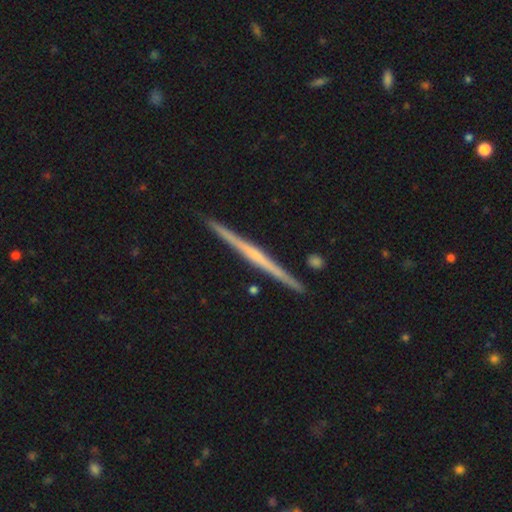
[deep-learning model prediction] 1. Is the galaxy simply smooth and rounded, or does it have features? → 72% featured or disk, 23% smooth, 5% star or artifact.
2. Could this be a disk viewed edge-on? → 98% yes, 2% no.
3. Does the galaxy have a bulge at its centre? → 65% none, 26% rounded, 9% boxy.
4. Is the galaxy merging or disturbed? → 92% none, 5% minor disturbance, 1% merger, 1% major disturbance.